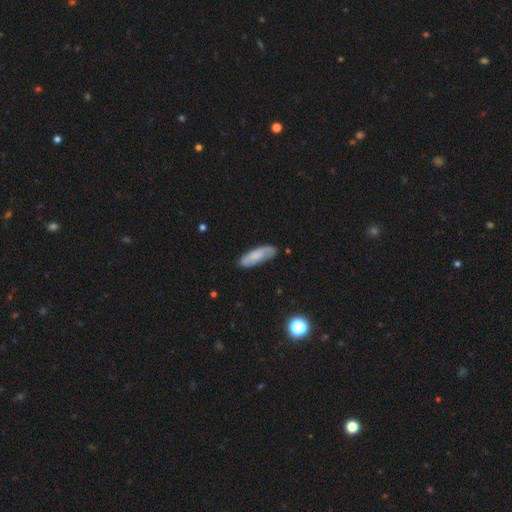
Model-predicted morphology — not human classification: A smooth galaxy with no disk features (66%) that is in between round and cigar-shaped (54%). Merging: none (72%).